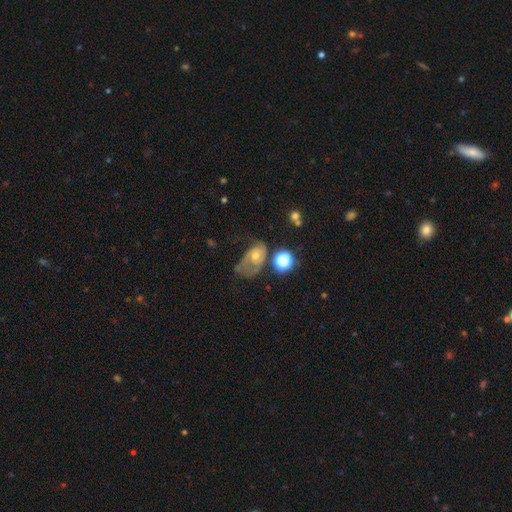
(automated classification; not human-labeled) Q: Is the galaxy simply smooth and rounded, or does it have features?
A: featured or disk — 49%.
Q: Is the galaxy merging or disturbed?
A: major disturbance — 40%.